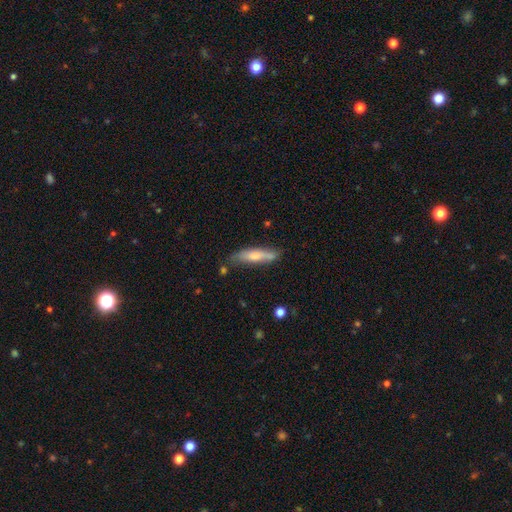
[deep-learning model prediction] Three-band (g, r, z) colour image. It shows a smooth galaxy with no disk features (67%) that is cigar-shaped (79%). Merging: none (67%).